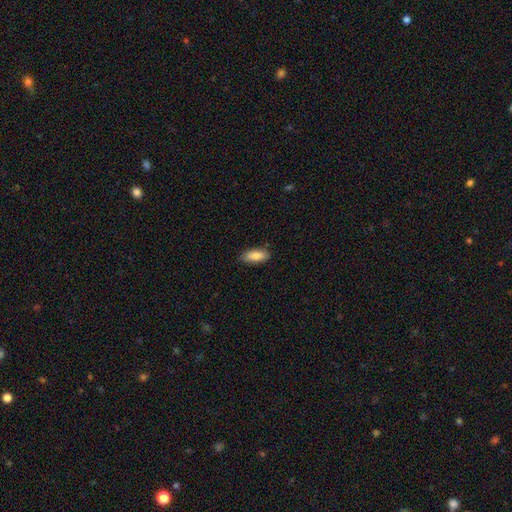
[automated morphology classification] Overall: smooth (85%). How rounded: in between (77%). Merging: none (85%).